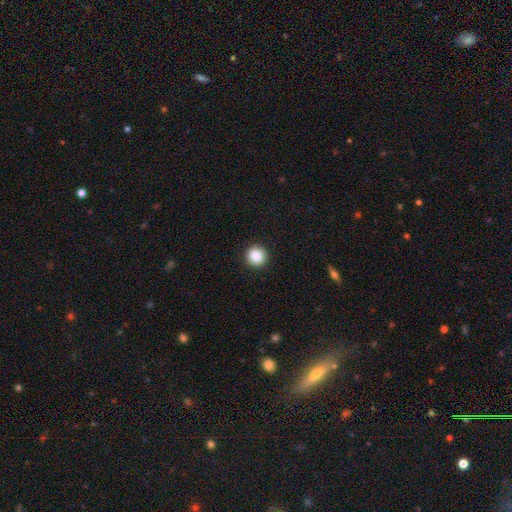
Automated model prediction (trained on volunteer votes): Overall: smooth (86%). How rounded: round (95%). Merging: none (93%).